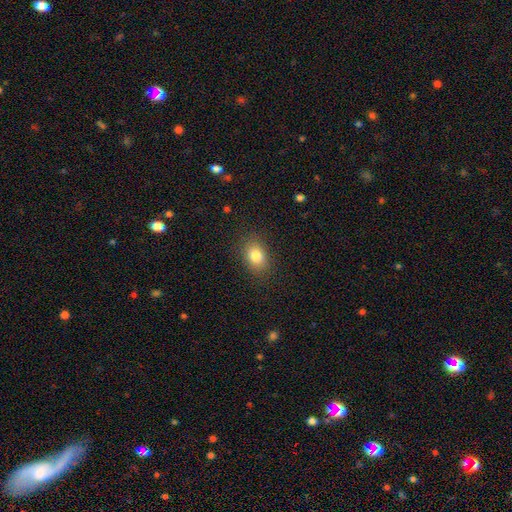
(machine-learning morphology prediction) type=smooth (82%); roundness=in between (72%); merging=none (85%).